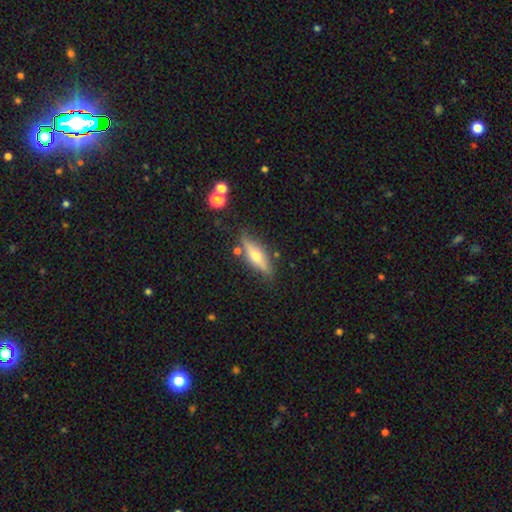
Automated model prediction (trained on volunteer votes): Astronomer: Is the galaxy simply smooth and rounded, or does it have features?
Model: featured or disk — 57% (runner-up: smooth, 35%).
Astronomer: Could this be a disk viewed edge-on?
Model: yes — 91%.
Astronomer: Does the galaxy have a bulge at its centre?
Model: rounded — 91%.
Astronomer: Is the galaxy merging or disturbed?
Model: none — 80%.